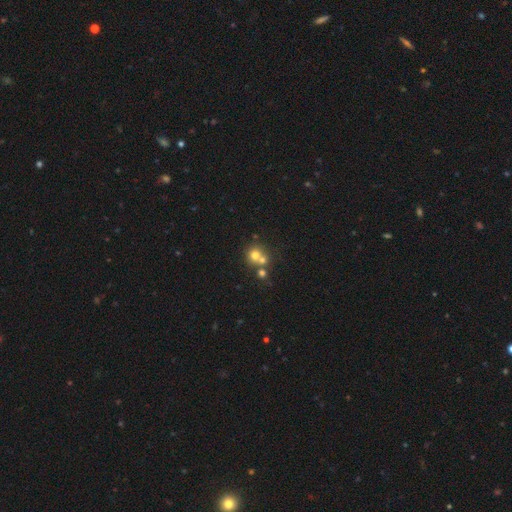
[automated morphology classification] Smooth or featured?
  - smooth: 68% *
  - featured or disk: 16%
  - star or artifact: 16%
How rounded?
  - round: 88% *
  - in between: 12%
  - cigar-shaped: 1%
Merging?
  - none: 46% *
  - merger: 44%
  - minor disturbance: 6%
  - major disturbance: 3%